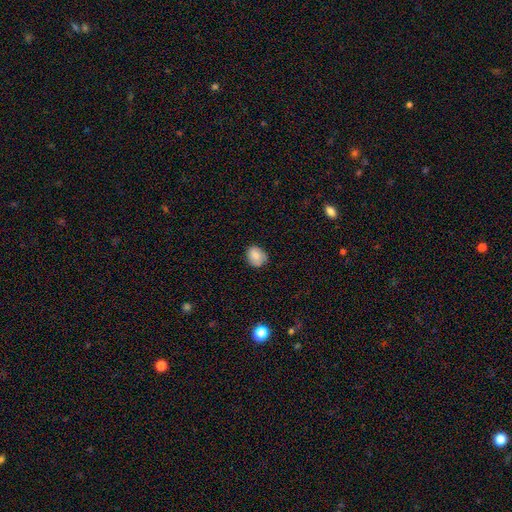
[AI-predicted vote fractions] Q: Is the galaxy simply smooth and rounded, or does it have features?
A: smooth — 84%.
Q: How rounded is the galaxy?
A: round — 63%.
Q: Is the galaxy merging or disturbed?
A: none — 77%.